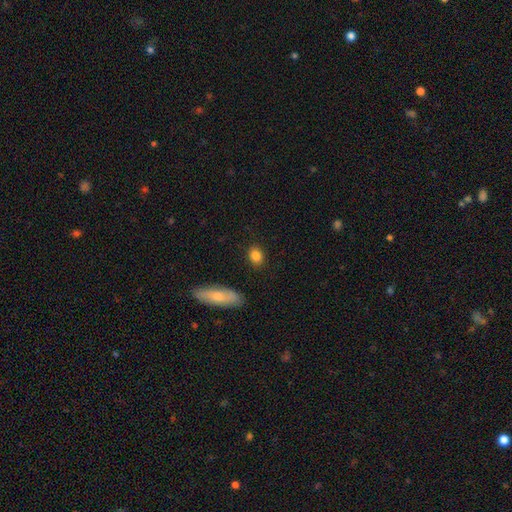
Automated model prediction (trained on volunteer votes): This appears to be a smooth galaxy with no disk features (85%) that is in between round and cigar-shaped (57%). Merging: none (87%).